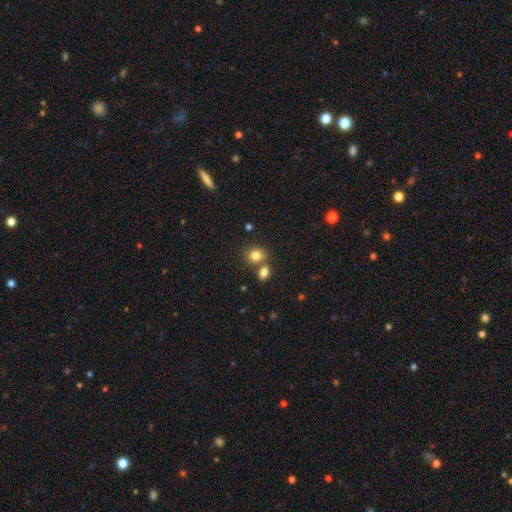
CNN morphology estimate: Smooth or featured? smooth (82%)
How rounded? round (68%)
Merging? none (57%)